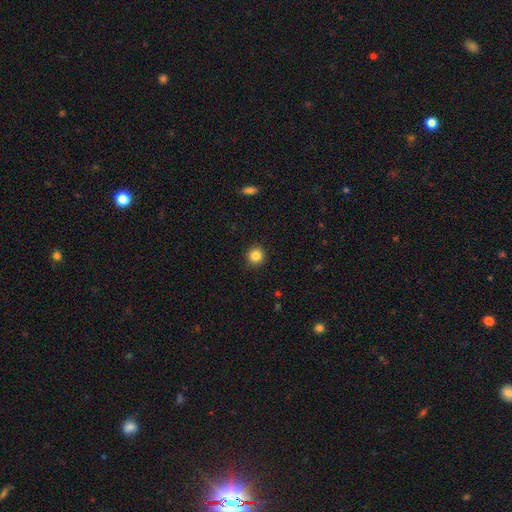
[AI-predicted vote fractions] Smooth or featured?
  - smooth: 85% *
  - star or artifact: 11%
  - featured or disk: 5%
How rounded?
  - round: 94% *
  - in between: 5%
  - cigar-shaped: 1%
Merging?
  - none: 92% *
  - minor disturbance: 5%
  - major disturbance: 2%
  - merger: 1%